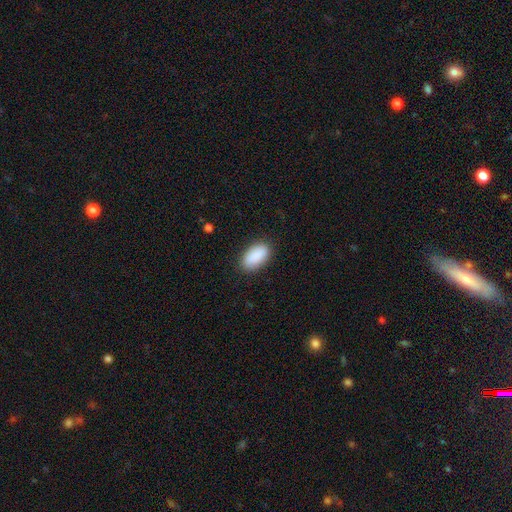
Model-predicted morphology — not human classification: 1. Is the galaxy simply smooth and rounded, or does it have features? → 90% smooth, 6% star or artifact, 4% featured or disk.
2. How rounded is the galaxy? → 93% in between, 4% cigar-shaped, 3% round.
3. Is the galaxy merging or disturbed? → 86% none, 11% minor disturbance, 3% major disturbance, 1% merger.